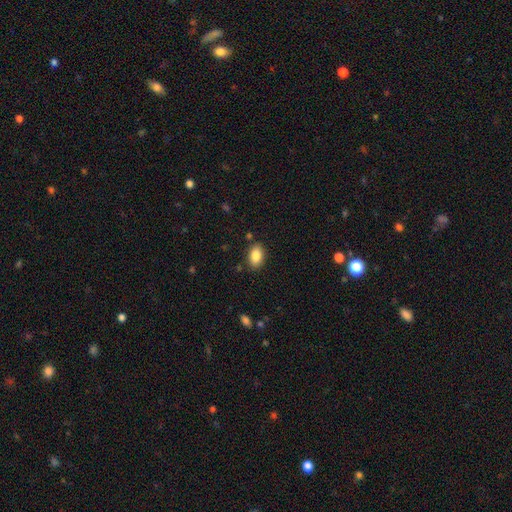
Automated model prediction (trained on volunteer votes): This is clearly a smooth galaxy (85%). How rounded: clearly in between (90%). Merging: clearly none (86%).